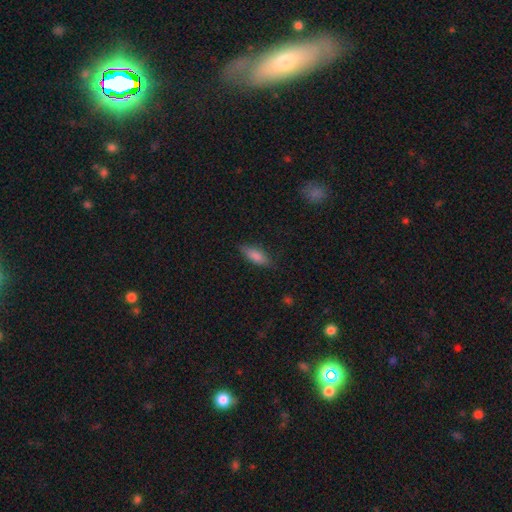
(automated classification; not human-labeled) smooth_or_featured: smooth (p=0.82) [alt: featured or disk p=0.11]
how_rounded: in between (p=0.64) [alt: cigar-shaped p=0.33]
merging: none (p=0.82) [alt: minor disturbance p=0.14]